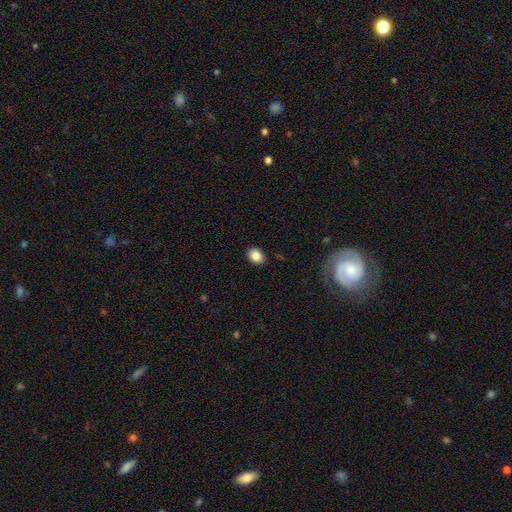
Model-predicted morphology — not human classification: This appears to be a smooth galaxy with no disk features (87%) that is in between round and cigar-shaped (61%). Merging: none (89%).